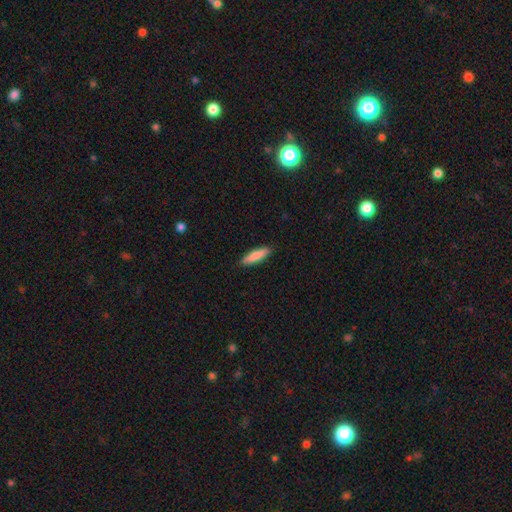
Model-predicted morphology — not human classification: smooth 84%, featured or disk 11%, star or artifact 5%. Down the decision tree: how rounded — cigar-shaped (71%); merging — none (90%).